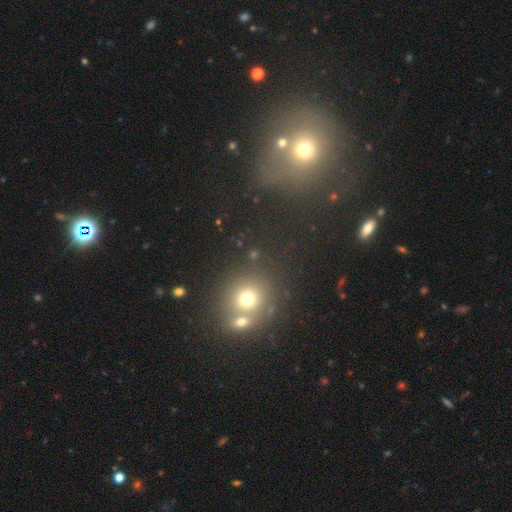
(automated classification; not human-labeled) This appears to be a smooth galaxy with no disk features (58%) that is round (84%). Merging: none (58%).